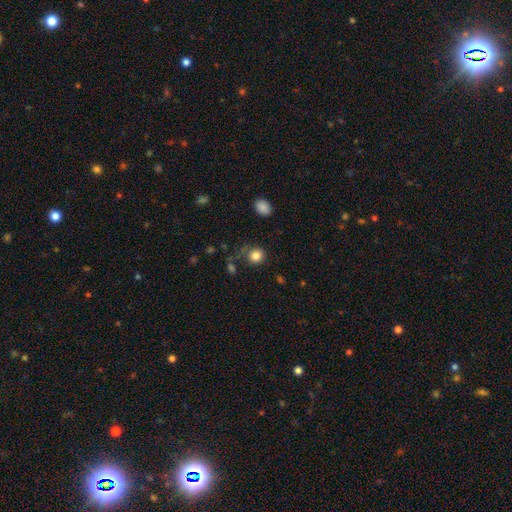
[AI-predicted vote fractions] Overall: smooth (84%). How rounded: round (84%). Merging: none (69%).